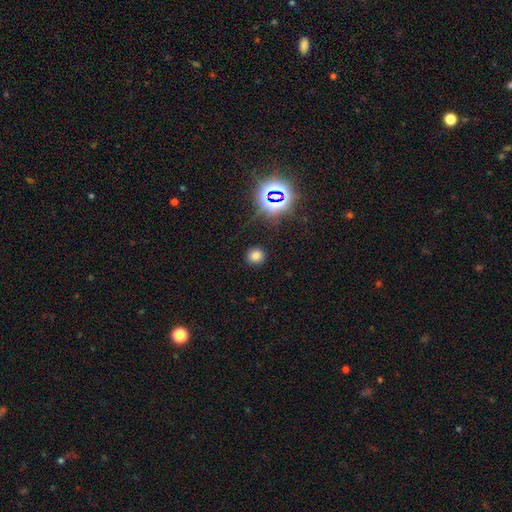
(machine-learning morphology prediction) smooth_or_featured: smooth (p=0.73) [alt: star or artifact p=0.22]
how_rounded: round (p=0.88) [alt: in between p=0.11]
merging: none (p=0.88) [alt: minor disturbance p=0.07]